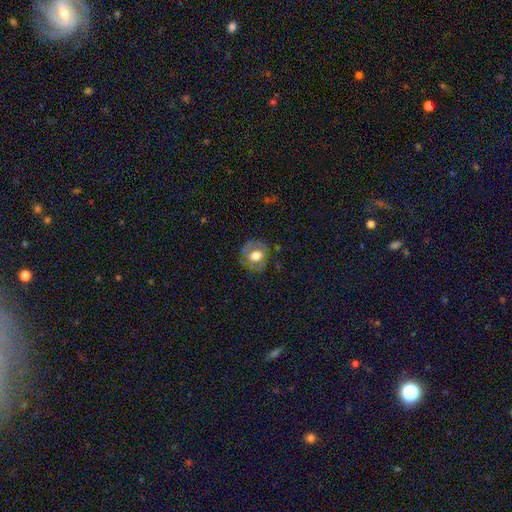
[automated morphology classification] Smooth or featured?
  - smooth: 51% *
  - featured or disk: 40%
  - star or artifact: 9%
How rounded?
  - round: 69% *
  - in between: 30%
  - cigar-shaped: 1%
Merging?
  - none: 64% *
  - minor disturbance: 23%
  - major disturbance: 11%
  - merger: 2%